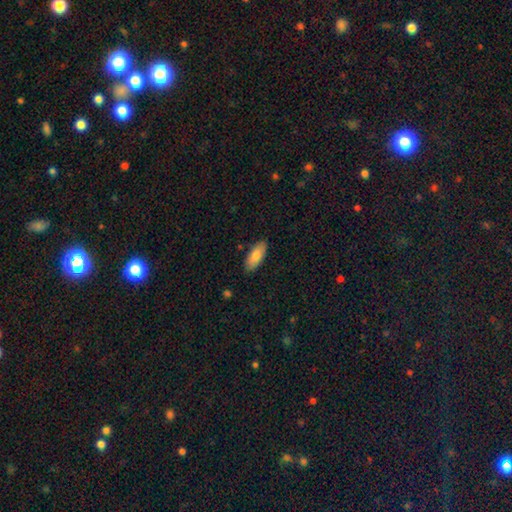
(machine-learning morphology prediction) This appears to be a smooth galaxy with no disk features (82%) that is in between round and cigar-shaped (84%). Merging: none (86%).